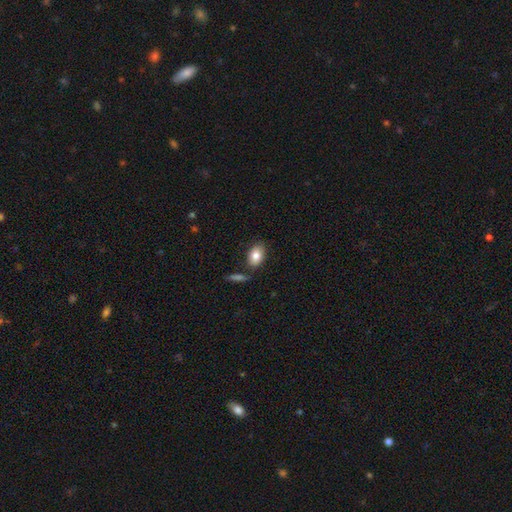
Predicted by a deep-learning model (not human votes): A smooth galaxy with no disk features (80%) that is in between round and cigar-shaped (87%).

Vote fractions:
- Smooth or featured? smooth: 80% / featured or disk: 12% / star or artifact: 7%
- How rounded? in between: 87% / round: 11% / cigar-shaped: 2%
- Merging? none: 75% / minor disturbance: 13% / merger: 8% / major disturbance: 3%